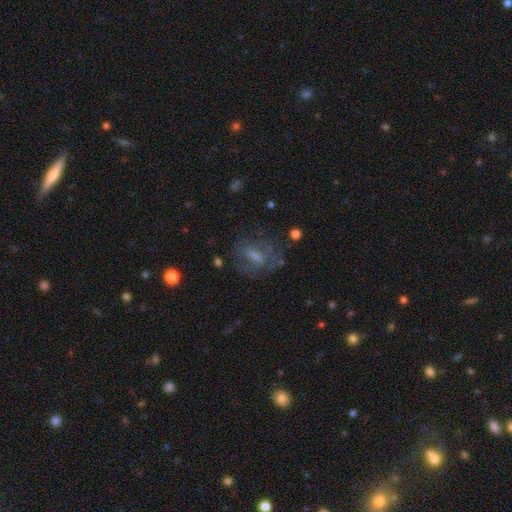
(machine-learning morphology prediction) Smooth or featured: featured or disk — 50% (smooth — 36%)
Edge-on disk: no — 92% (yes — 8%)
Merging: none — 55% (major disturbance — 21%)